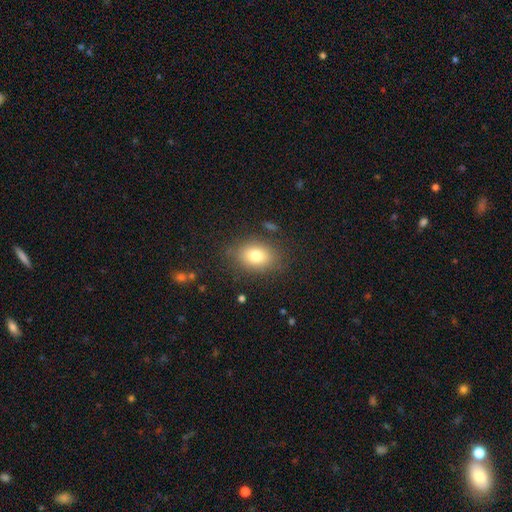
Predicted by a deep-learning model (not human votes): Q: Smooth or featured?
A: smooth (79%); runner-up: featured or disk (11%)
Q: How rounded?
A: in between (74%); runner-up: round (25%)
Q: Merging?
A: none (80%); runner-up: minor disturbance (13%)